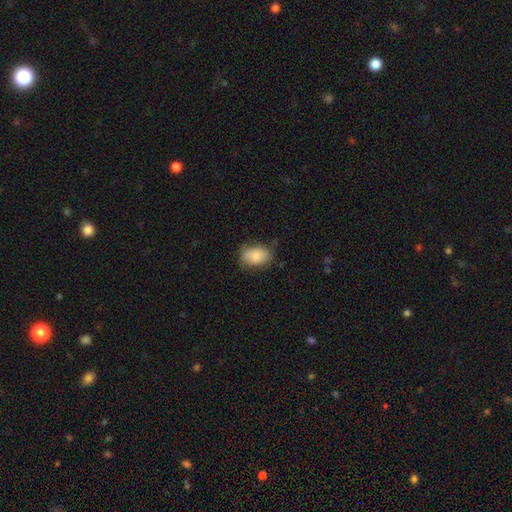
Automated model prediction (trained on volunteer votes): Smooth or featured?
  - smooth: 82% *
  - featured or disk: 11%
  - star or artifact: 7%
How rounded?
  - in between: 84% *
  - round: 14%
  - cigar-shaped: 1%
Merging?
  - none: 69% *
  - minor disturbance: 24%
  - major disturbance: 6%
  - merger: 2%